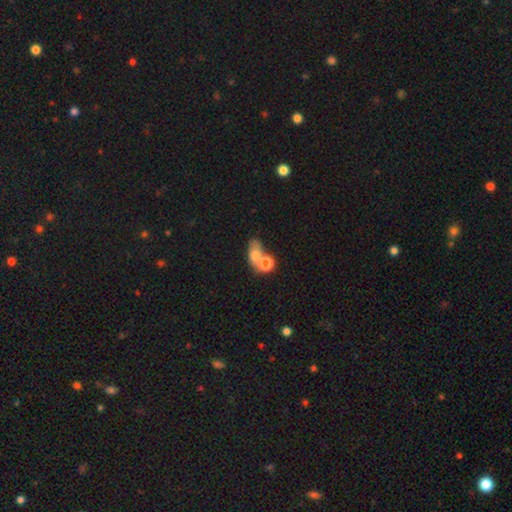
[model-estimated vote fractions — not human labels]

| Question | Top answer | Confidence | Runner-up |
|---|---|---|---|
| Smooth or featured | smooth | 68% | featured or disk (19%) |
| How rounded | in between | 68% | round (29%) |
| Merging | merger | 50% | none (31%) |